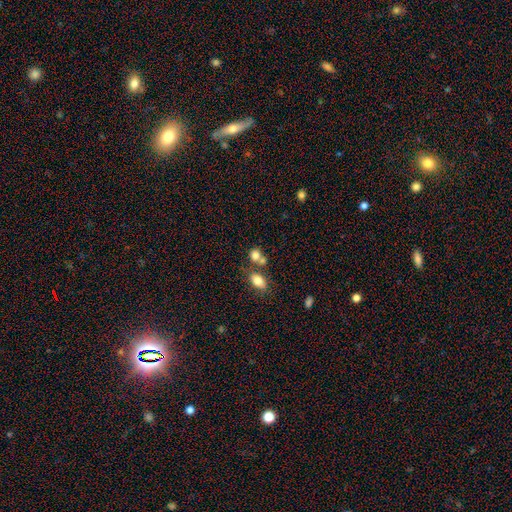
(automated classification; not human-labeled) A smooth galaxy with no disk features (81%) that is round (54%). Merging: none (45%).